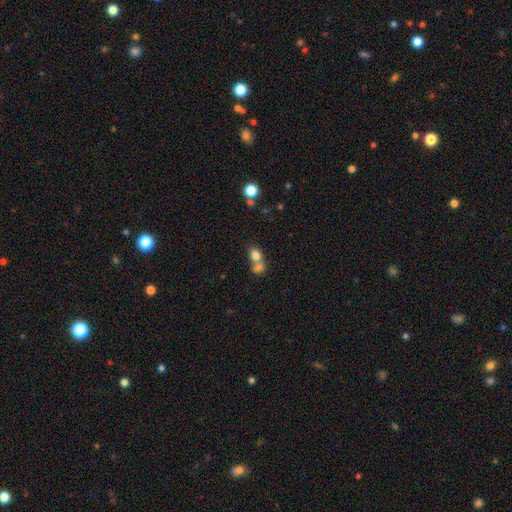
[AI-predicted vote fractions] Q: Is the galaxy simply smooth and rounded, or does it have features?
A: smooth — 78%.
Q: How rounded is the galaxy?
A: in between — 52%.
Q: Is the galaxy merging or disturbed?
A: merger — 60%.